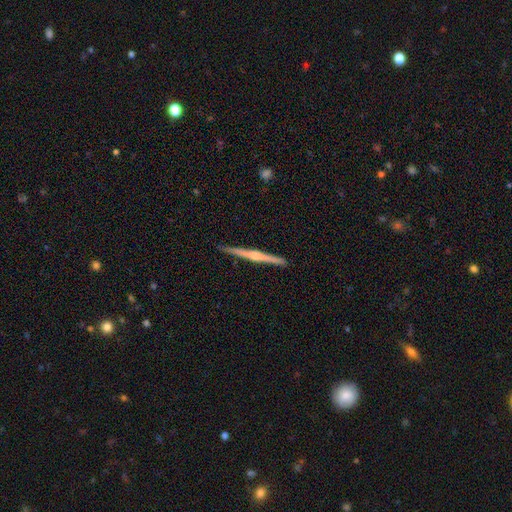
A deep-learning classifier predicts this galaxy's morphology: This is likely a featured or disk galaxy (76%). It is clearly viewed edge-on (98%). Edge-on bulge: clearly rounded (80%). Merging: clearly none (91%).